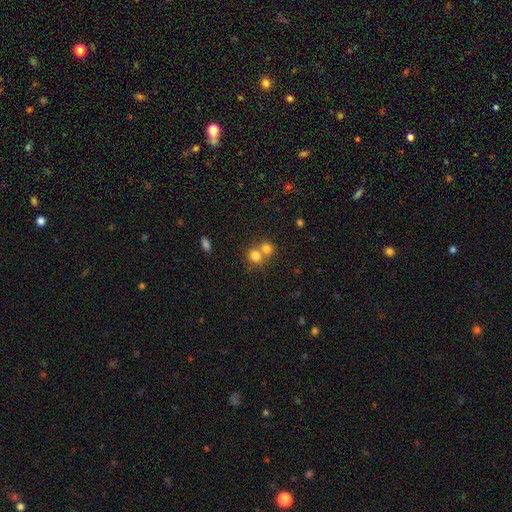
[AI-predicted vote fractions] smooth 77%, star or artifact 12%, featured or disk 11%. Down the decision tree: how rounded — round (78%); merging — merger (56%).